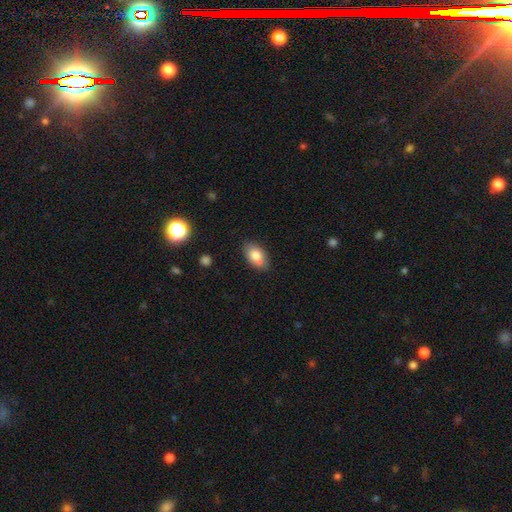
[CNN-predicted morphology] Smooth or featured?
  - smooth: 79% *
  - featured or disk: 13%
  - star or artifact: 8%
How rounded?
  - in between: 91% *
  - round: 7%
  - cigar-shaped: 2%
Merging?
  - none: 78% *
  - minor disturbance: 16%
  - merger: 3%
  - major disturbance: 3%